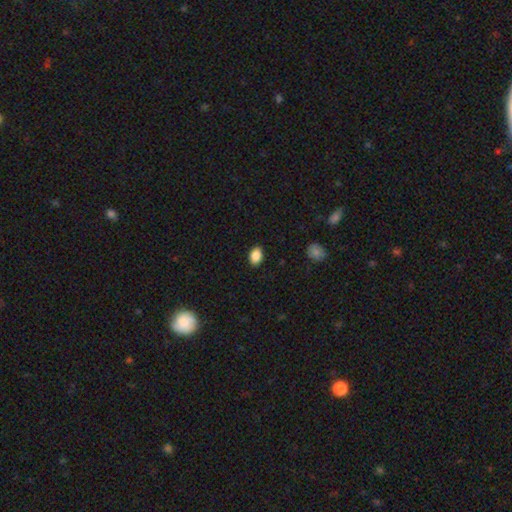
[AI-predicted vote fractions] This is clearly a smooth galaxy (88%). How rounded: clearly in between (84%). Merging: clearly none (89%).